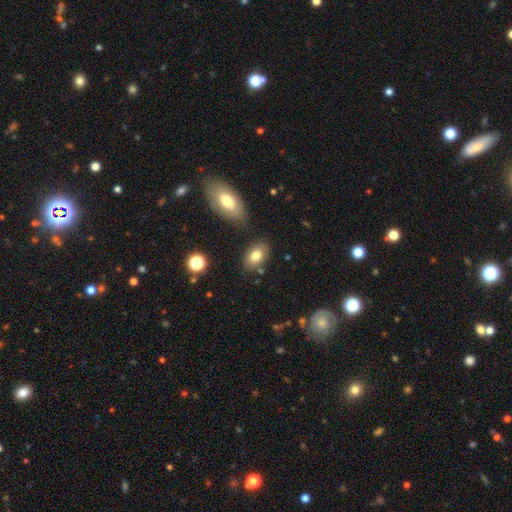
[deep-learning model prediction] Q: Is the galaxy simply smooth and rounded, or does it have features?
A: smooth — 79%.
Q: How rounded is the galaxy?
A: in between — 83%.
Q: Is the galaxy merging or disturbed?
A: none — 77%.